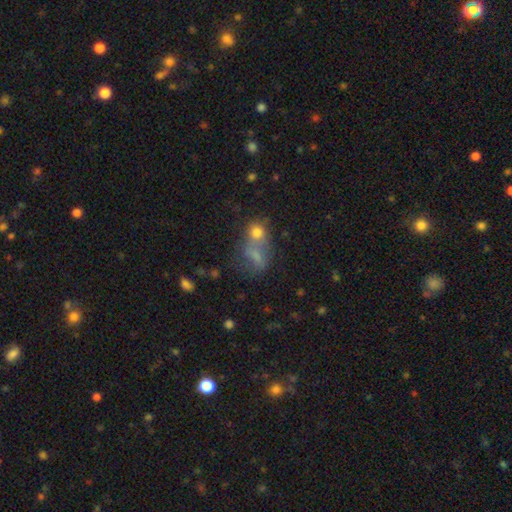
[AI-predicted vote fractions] smooth-or-featured: smooth: 61% | featured or disk: 21% | star or artifact: 18%
  how-rounded: in between: 60% | round: 36% | cigar-shaped: 3%
  merging: merger: 52% | none: 24% | major disturbance: 12% | minor disturbance: 12%